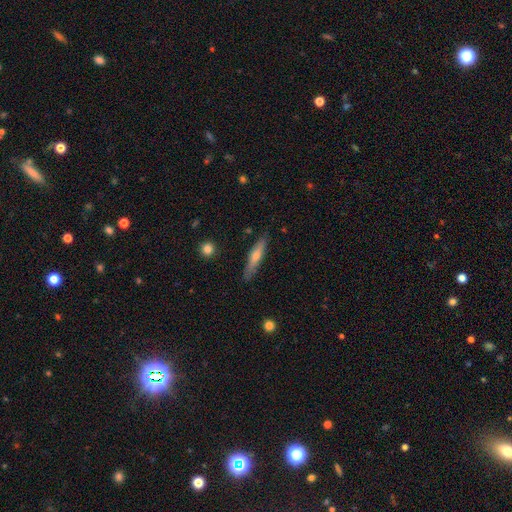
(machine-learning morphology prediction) smooth-or-featured: smooth: 49% | featured or disk: 45% | star or artifact: 6%
  merging: none: 85% | minor disturbance: 11% | major disturbance: 2% | merger: 1%